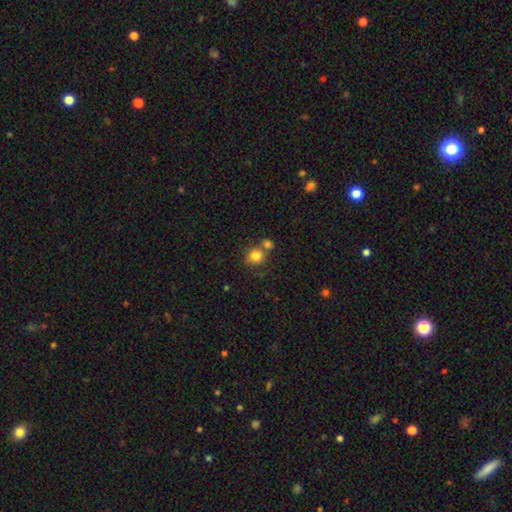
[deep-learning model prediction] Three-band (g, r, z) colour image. It shows a smooth galaxy with no disk features (82%) that is round (85%). Merging: none (55%).